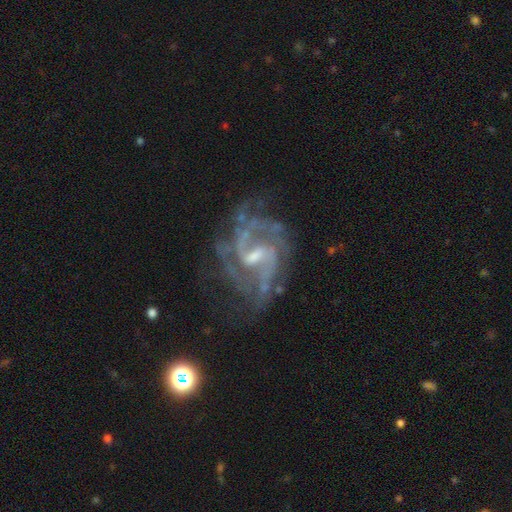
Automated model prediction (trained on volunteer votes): Smooth or featured? Predicted: featured or disk (p=0.91). Edge-on disk? Predicted: no (p=0.98). Bar? Predicted: weak (p=0.59). Spiral arms? Predicted: yes (p=0.97). Spiral winding? Predicted: medium (p=0.52). Spiral arm count? Predicted: 2 (p=0.59). Bulge size? Predicted: small (p=0.47). Merging? Predicted: none (p=0.62).